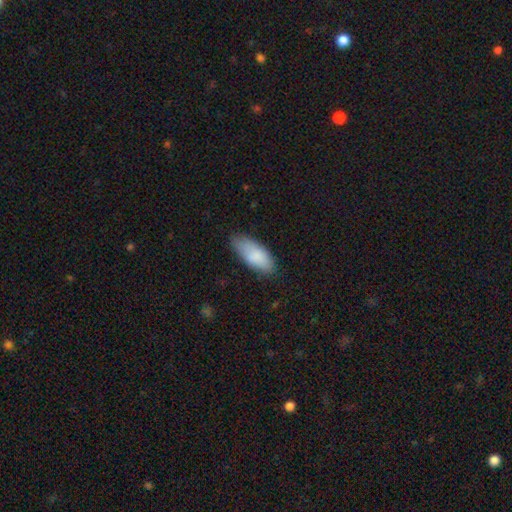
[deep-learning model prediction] Smooth or featured?
  - smooth: 85% *
  - featured or disk: 9%
  - star or artifact: 6%
How rounded?
  - in between: 85% *
  - cigar-shaped: 13%
  - round: 2%
Merging?
  - none: 69% *
  - minor disturbance: 25%
  - major disturbance: 5%
  - merger: 1%